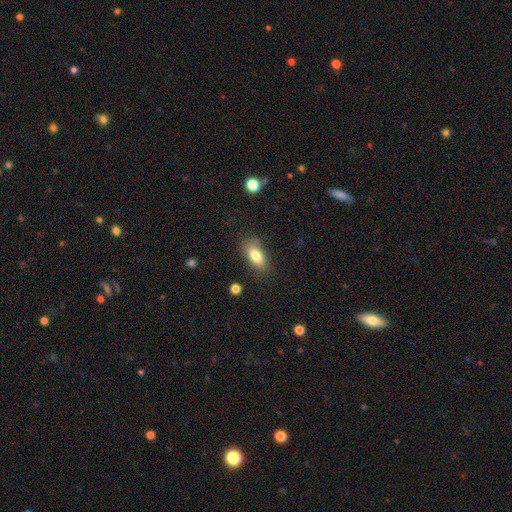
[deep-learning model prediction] smooth_or_featured: smooth (p=0.79) [alt: featured or disk p=0.13]
how_rounded: in between (p=0.84) [alt: cigar-shaped p=0.11]
merging: none (p=0.81) [alt: minor disturbance p=0.14]